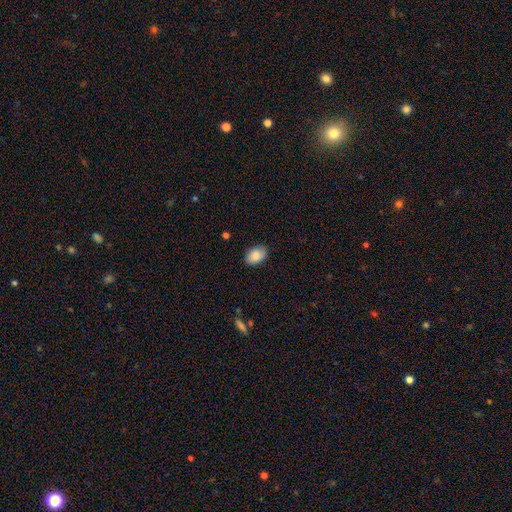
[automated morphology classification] smooth-or-featured: smooth: 85% | featured or disk: 8% | star or artifact: 7%
  how-rounded: in between: 87% | round: 12% | cigar-shaped: 1%
  merging: none: 83% | minor disturbance: 14% | major disturbance: 3% | merger: 1%